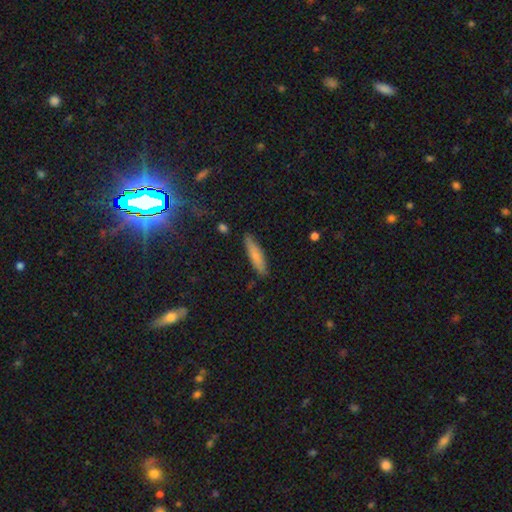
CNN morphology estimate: This appears to be a smooth galaxy with no disk features (77%) that is cigar-shaped (79%). Merging: none (86%).